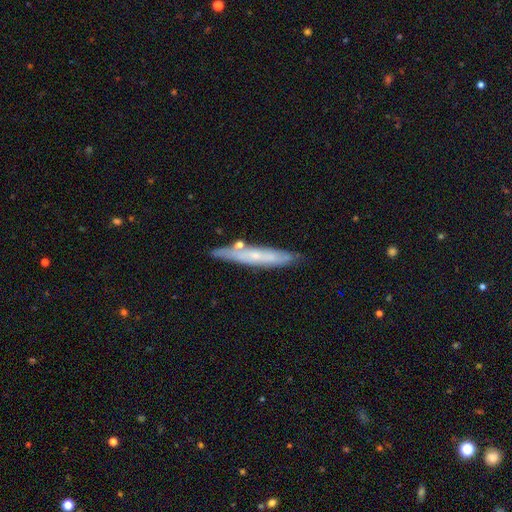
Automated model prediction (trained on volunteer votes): Smooth or featured? Predicted: featured or disk (p=0.50). Edge-on disk? Predicted: yes (p=0.74). Merging? Predicted: none (p=0.78).